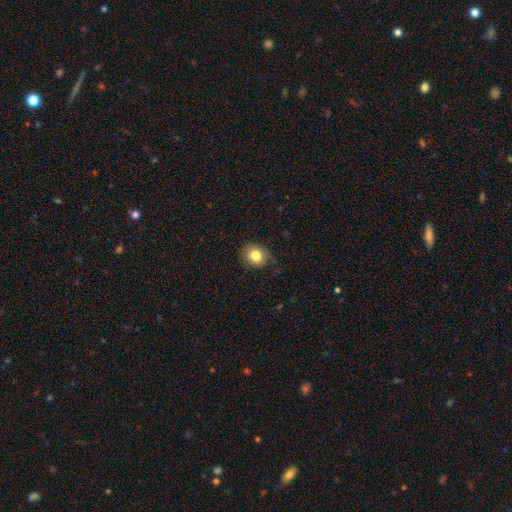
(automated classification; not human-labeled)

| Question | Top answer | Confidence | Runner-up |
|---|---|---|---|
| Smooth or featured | smooth | 80% | star or artifact (10%) |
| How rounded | round | 73% | in between (27%) |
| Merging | none | 74% | minor disturbance (19%) |